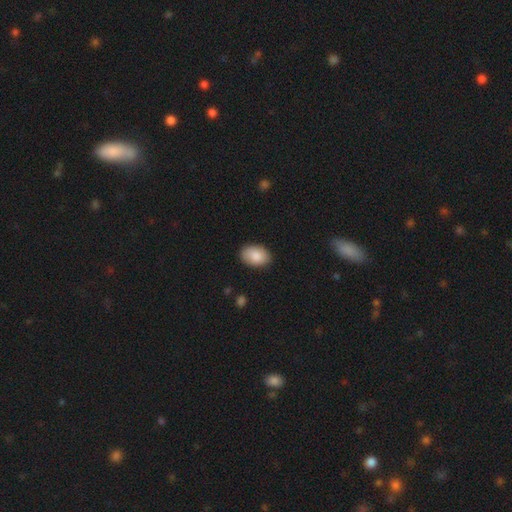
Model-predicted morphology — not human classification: Smooth or featured? Predicted: smooth (p=0.87). How rounded? Predicted: in between (p=0.87). Merging? Predicted: none (p=0.86).